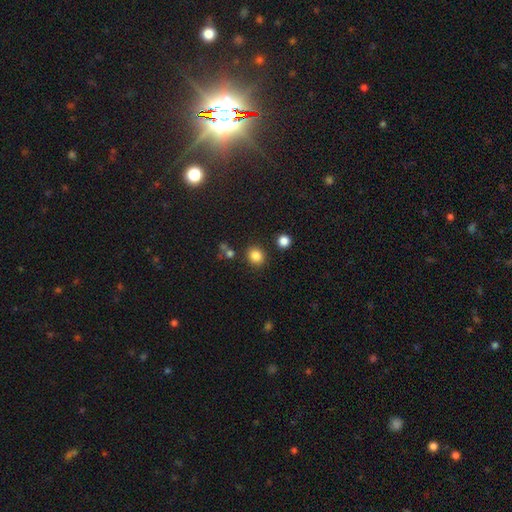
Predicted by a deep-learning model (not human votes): Smooth or featured? Predicted: smooth (p=0.84). How rounded? Predicted: round (p=0.81). Merging? Predicted: none (p=0.83).